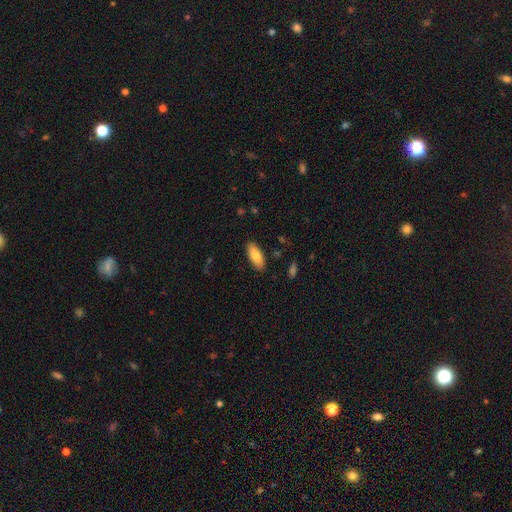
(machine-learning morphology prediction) The model was most divided on "how rounded": in between: 76%, cigar-shaped: 22%, round: 2%. More confident: merging — none (88%); smooth or featured — smooth (84%).